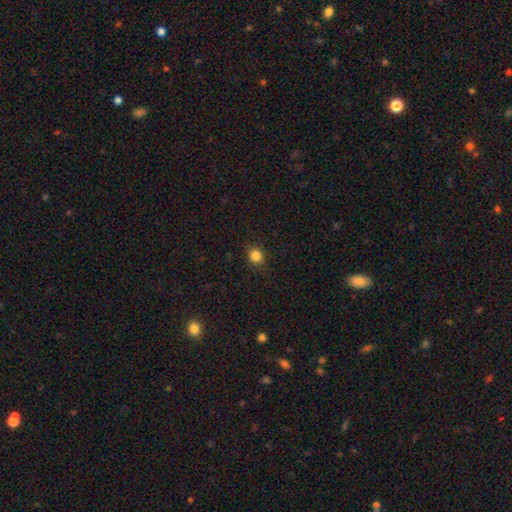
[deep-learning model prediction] smooth 84%, star or artifact 12%, featured or disk 4%. Down the decision tree: how rounded — round (82%); merging — none (86%).